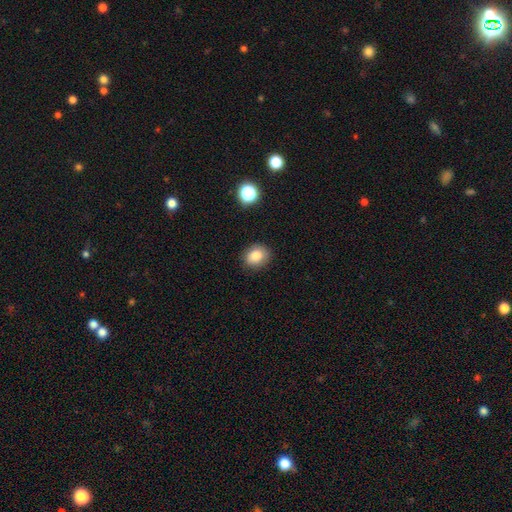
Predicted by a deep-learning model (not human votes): Smooth or featured: smooth — 84% (star or artifact — 10%)
How rounded: round — 54% (in between — 45%)
Merging: none — 85% (minor disturbance — 11%)